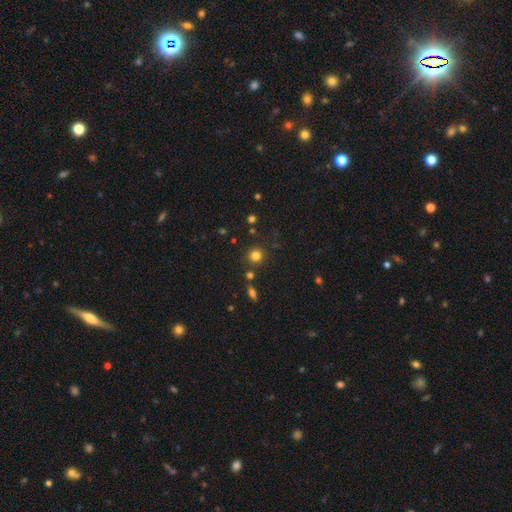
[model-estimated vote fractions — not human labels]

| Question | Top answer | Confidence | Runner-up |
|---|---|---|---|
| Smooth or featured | smooth | 79% | star or artifact (15%) |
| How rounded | round | 92% | in between (7%) |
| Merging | none | 83% | minor disturbance (8%) |